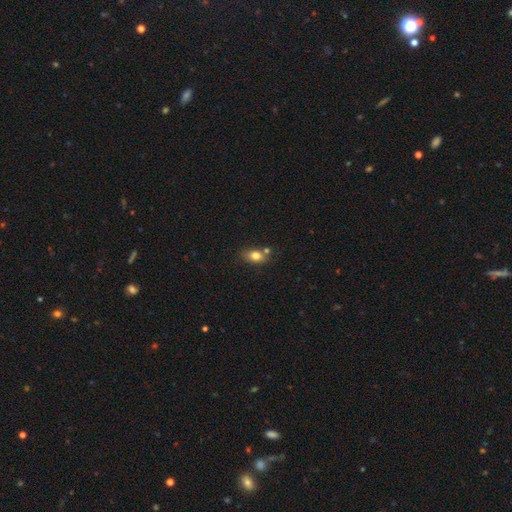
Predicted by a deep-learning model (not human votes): This appears to be a smooth galaxy with no disk features (79%) that is in between round and cigar-shaped (77%). Merging: none (61%).